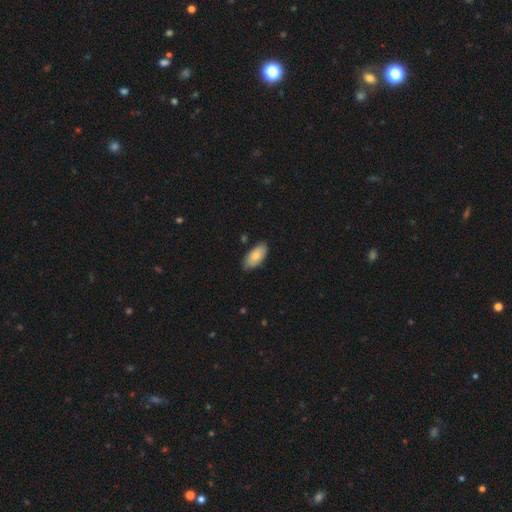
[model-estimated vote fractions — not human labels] Overall: smooth (80%). How rounded: in between (92%). Merging: none (83%).